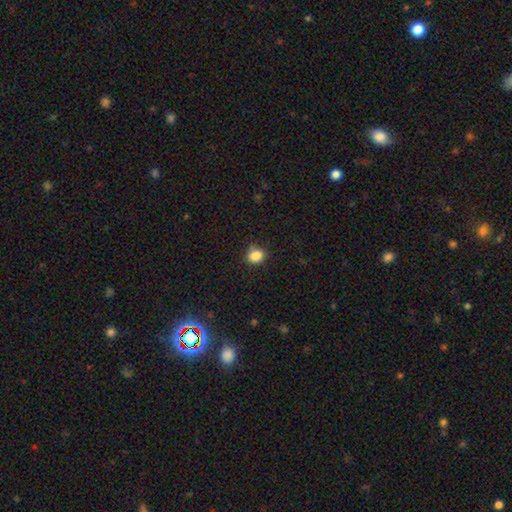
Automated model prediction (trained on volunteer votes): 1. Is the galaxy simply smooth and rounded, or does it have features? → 85% smooth, 11% star or artifact, 4% featured or disk.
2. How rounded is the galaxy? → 57% round, 42% in between, 1% cigar-shaped.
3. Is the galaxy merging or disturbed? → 80% none, 15% minor disturbance, 3% major disturbance, 2% merger.